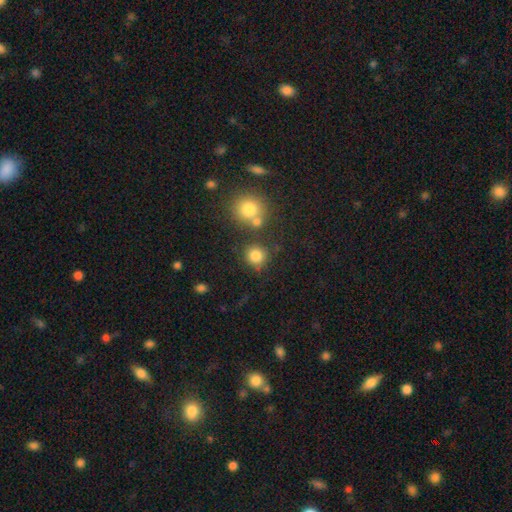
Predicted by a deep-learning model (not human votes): Morphology: type=smooth (82%); roundness=round (90%); merging=none (76%).